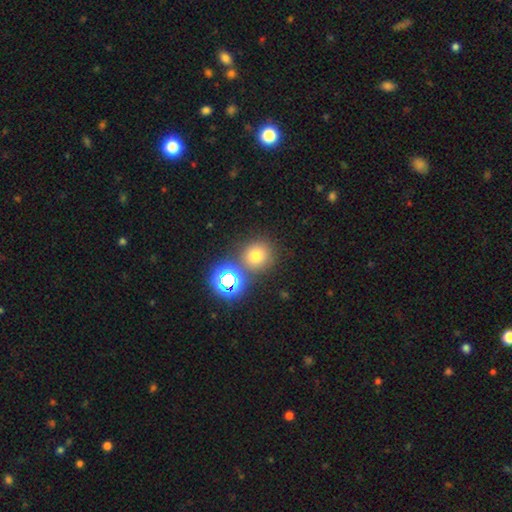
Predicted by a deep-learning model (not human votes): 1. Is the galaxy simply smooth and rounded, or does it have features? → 68% smooth, 24% star or artifact, 8% featured or disk.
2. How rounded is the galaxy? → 88% round, 11% in between, 1% cigar-shaped.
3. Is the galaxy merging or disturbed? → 74% none, 13% merger, 9% minor disturbance, 4% major disturbance.